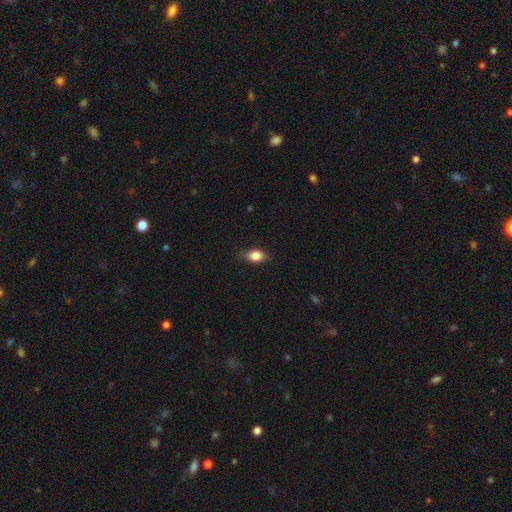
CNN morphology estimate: Q: Smooth or featured?
A: smooth (82%); runner-up: featured or disk (10%)
Q: How rounded?
A: in between (81%); runner-up: round (14%)
Q: Merging?
A: none (79%); runner-up: minor disturbance (17%)